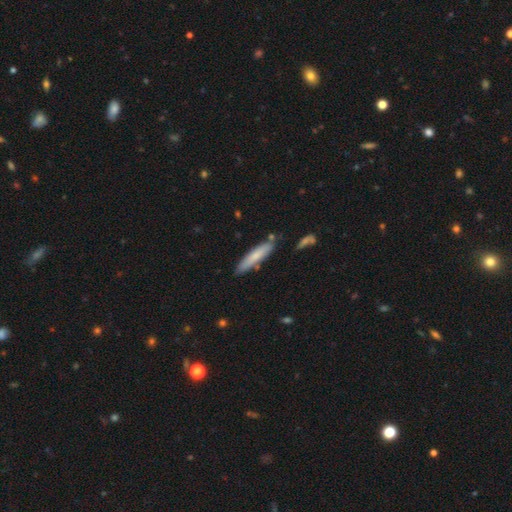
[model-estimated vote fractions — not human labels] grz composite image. It shows a smooth galaxy with no disk features (73%) that is cigar-shaped (87%). Merging: none (79%).